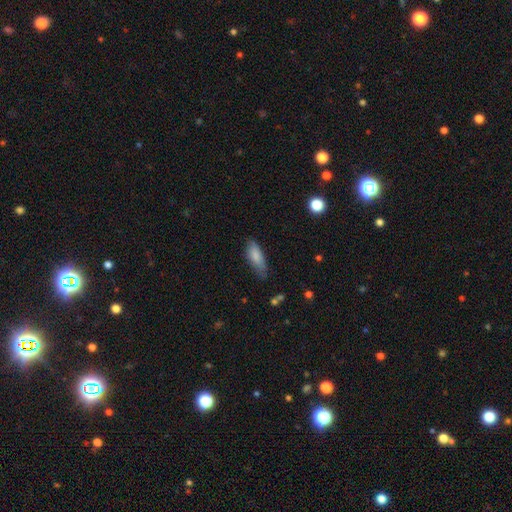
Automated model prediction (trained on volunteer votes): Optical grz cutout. It shows a smooth galaxy with no disk features (83%) that is in between round and cigar-shaped (67%). Merging: none (58%).